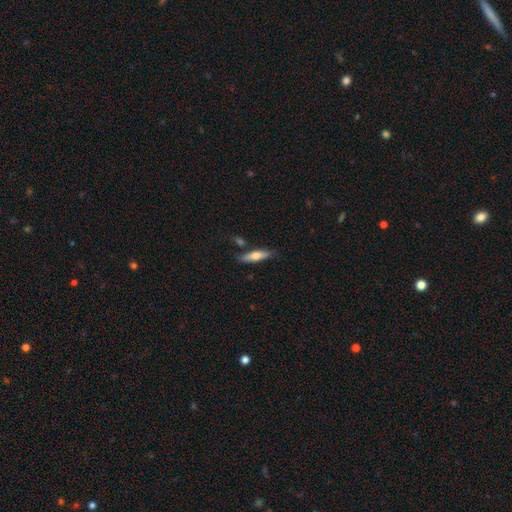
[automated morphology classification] Overall: smooth (60%; featured or disk 35%). How rounded: cigar-shaped (71%). Merging: none (78%).